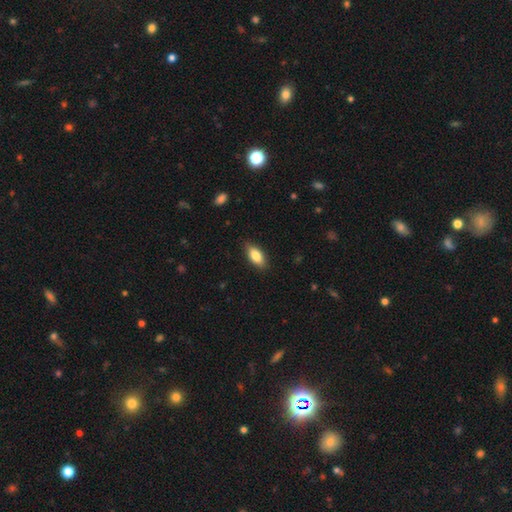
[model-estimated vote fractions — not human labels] Smooth or featured: smooth — 83% (featured or disk — 10%)
How rounded: in between — 86% (cigar-shaped — 11%)
Merging: none — 84% (minor disturbance — 12%)